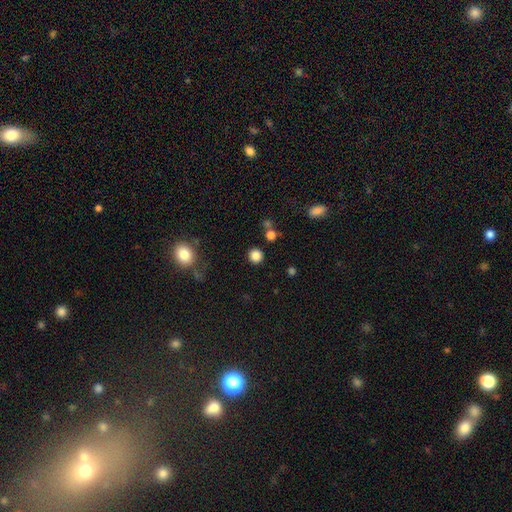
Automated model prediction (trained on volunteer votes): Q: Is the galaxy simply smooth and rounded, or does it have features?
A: smooth — 83%.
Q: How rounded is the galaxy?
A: round — 93%.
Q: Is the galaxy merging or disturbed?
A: none — 87%.